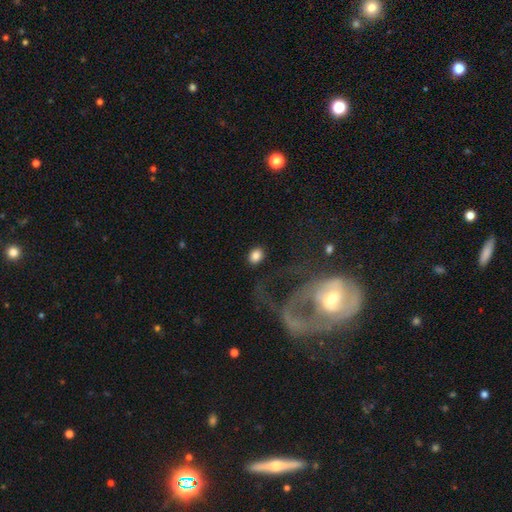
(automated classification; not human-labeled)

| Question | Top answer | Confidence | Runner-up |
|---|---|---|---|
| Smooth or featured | smooth | 81% | featured or disk (11%) |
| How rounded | in between | 64% | round (35%) |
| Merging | none | 80% | minor disturbance (11%) |